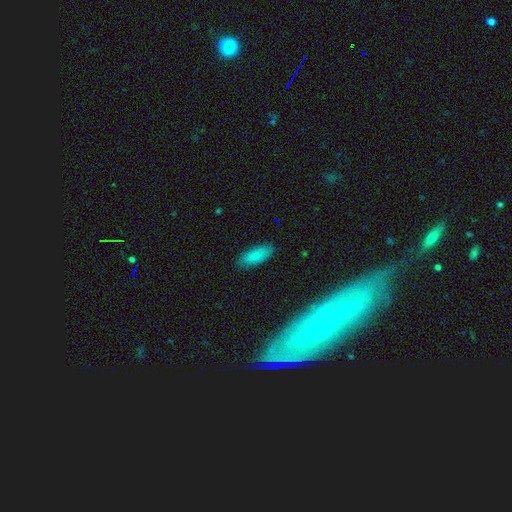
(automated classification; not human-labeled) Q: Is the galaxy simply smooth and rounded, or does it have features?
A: smooth — 84%.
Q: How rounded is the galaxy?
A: in between — 80%.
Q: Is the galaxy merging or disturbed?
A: none — 86%.